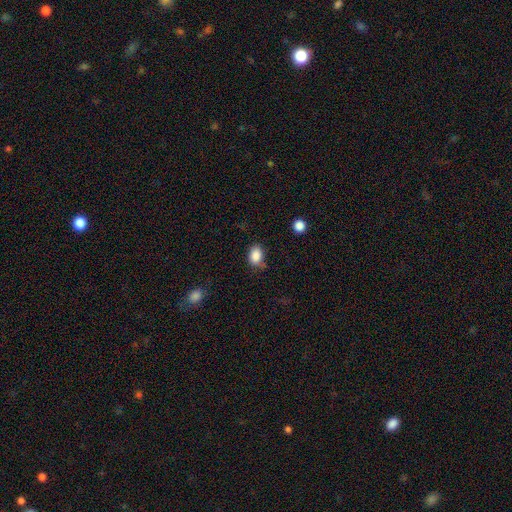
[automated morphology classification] smooth 87%, star or artifact 9%, featured or disk 4%. Down the decision tree: how rounded — in between (76%); merging — none (71%).